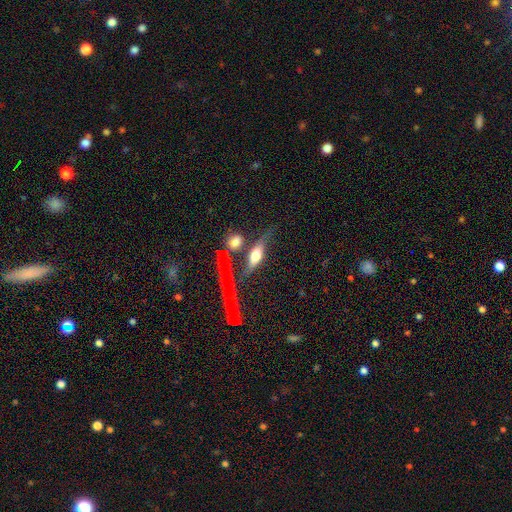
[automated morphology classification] This is possibly a featured or disk galaxy (47%). Merging: possibly none (60%).